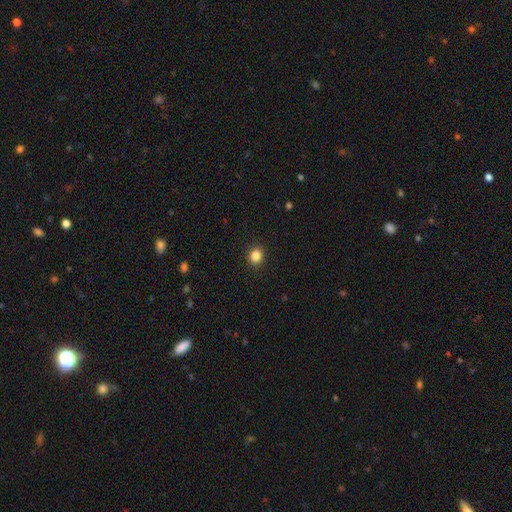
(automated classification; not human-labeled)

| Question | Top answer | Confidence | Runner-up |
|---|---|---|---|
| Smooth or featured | smooth | 85% | star or artifact (11%) |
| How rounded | round | 77% | in between (22%) |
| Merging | none | 91% | minor disturbance (6%) |